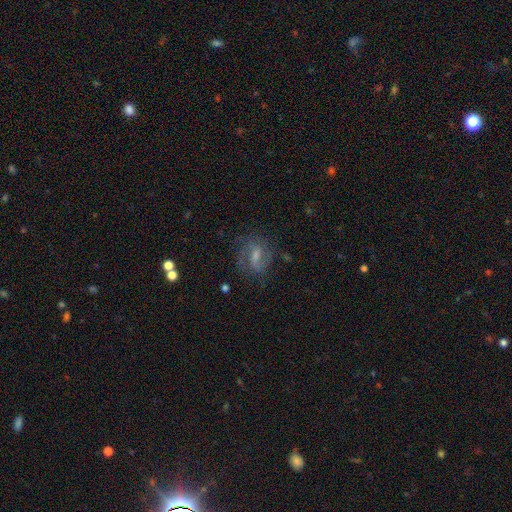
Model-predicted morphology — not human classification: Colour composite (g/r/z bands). It shows a featured or disk galaxy (71%) with a weak bar (53%), 2 (69%) medium (50%) spiral arms (91%) and a small central bulge (41%). Merging: none (74%).